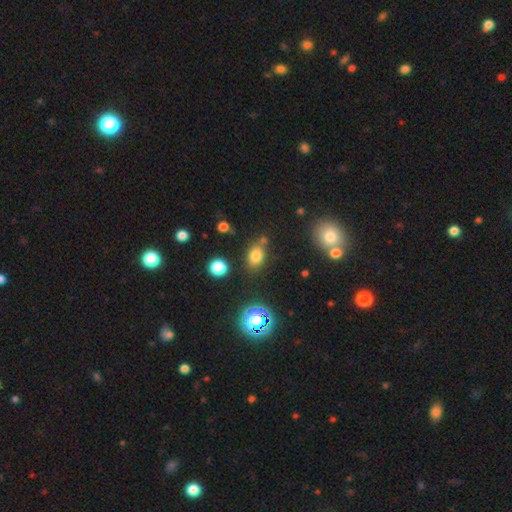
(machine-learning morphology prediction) Smooth or featured? smooth (74%)
How rounded? in between (70%)
Merging? none (72%)